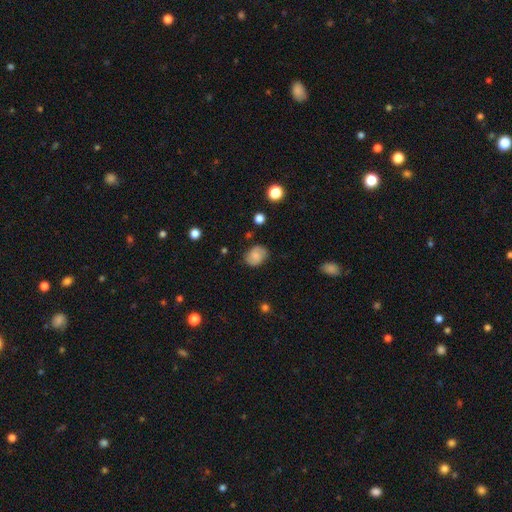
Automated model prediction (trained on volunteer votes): Smooth or featured?
  - smooth: 62% *
  - featured or disk: 29%
  - star or artifact: 10%
How rounded?
  - in between: 55% *
  - round: 43%
  - cigar-shaped: 1%
Merging?
  - none: 77% *
  - minor disturbance: 17%
  - major disturbance: 4%
  - merger: 2%